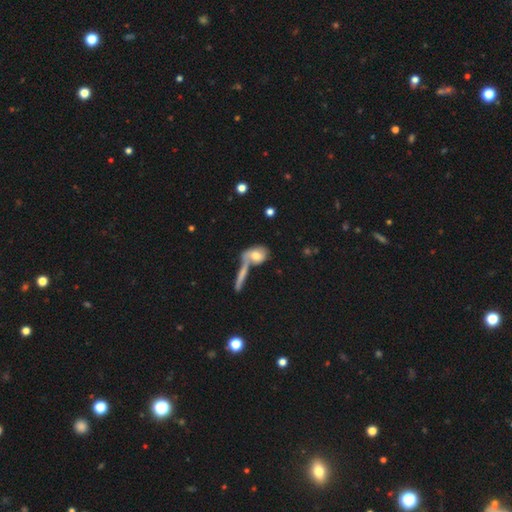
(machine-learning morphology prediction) Smooth or featured?
  - smooth: 65% *
  - featured or disk: 26%
  - star or artifact: 8%
How rounded?
  - in between: 60% *
  - round: 26%
  - cigar-shaped: 14%
Merging?
  - merger: 44% *
  - none: 34%
  - minor disturbance: 12%
  - major disturbance: 9%